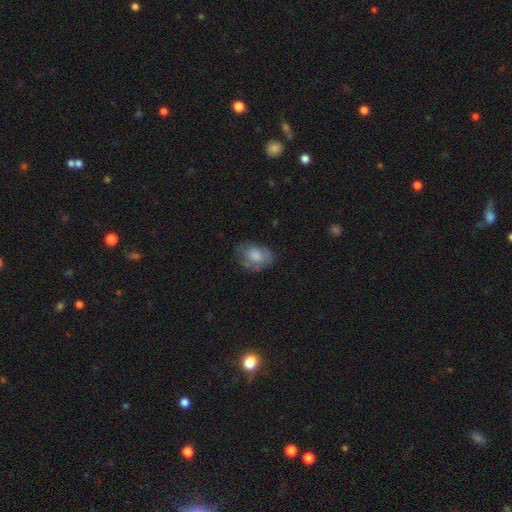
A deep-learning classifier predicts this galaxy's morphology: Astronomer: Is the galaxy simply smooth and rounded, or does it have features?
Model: smooth — 68%.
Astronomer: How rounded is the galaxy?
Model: in between — 73%.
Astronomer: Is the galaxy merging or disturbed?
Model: none — 62%.